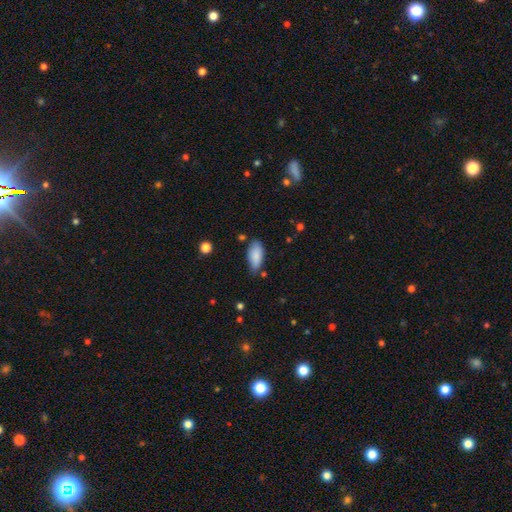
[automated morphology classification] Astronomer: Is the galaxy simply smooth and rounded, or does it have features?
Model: smooth — 85%.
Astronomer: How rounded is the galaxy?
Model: in between — 88%.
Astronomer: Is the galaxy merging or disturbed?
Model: none — 63%.